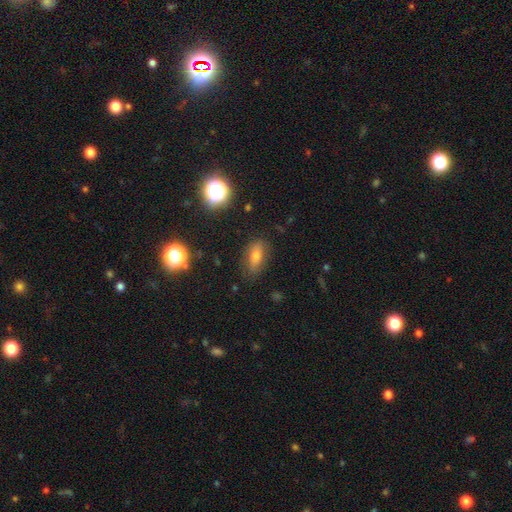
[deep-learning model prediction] A smooth galaxy with no disk features (66%) that is in between round and cigar-shaped (77%). Merging: none (81%).